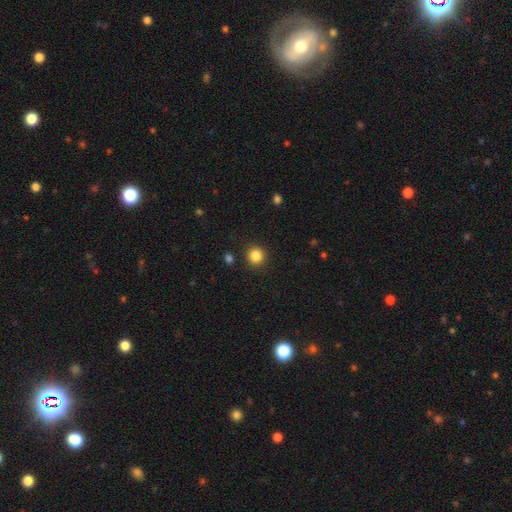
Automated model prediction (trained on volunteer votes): Overall: smooth (85%). How rounded: round (94%). Merging: none (92%).